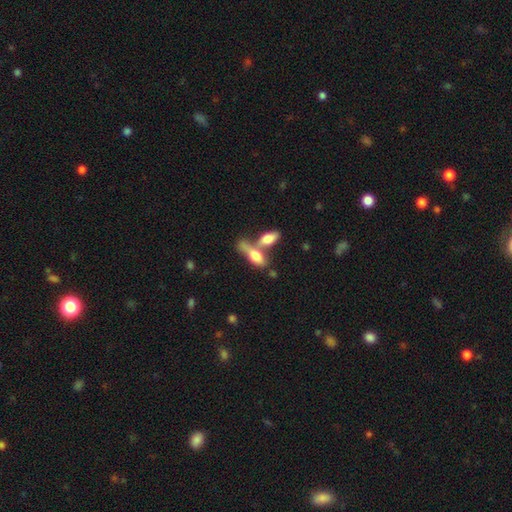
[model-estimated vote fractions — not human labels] smooth 69%, featured or disk 24%, star or artifact 7%. Down the decision tree: how rounded — in between (70%); merging — merger (60%).